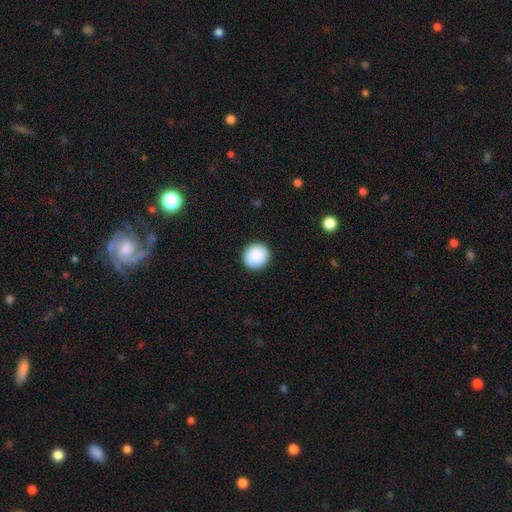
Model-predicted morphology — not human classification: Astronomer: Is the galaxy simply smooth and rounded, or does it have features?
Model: smooth — 88%.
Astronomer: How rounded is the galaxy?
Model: round — 92%.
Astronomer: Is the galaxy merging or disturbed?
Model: none — 92%.